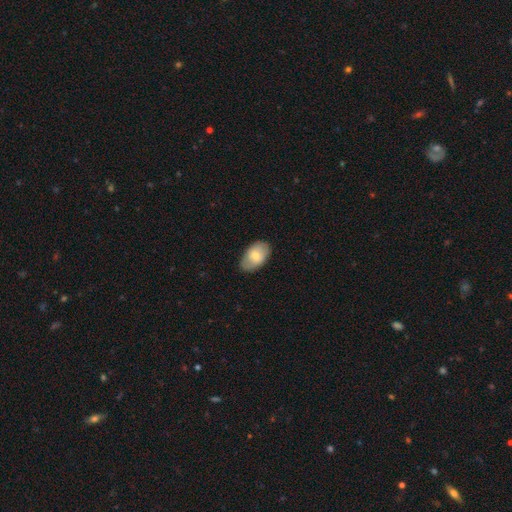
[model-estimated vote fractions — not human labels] smooth_or_featured: smooth (p=0.68) [alt: featured or disk p=0.25]
how_rounded: in between (p=0.92) [alt: round p=0.07]
merging: none (p=0.78) [alt: minor disturbance p=0.18]